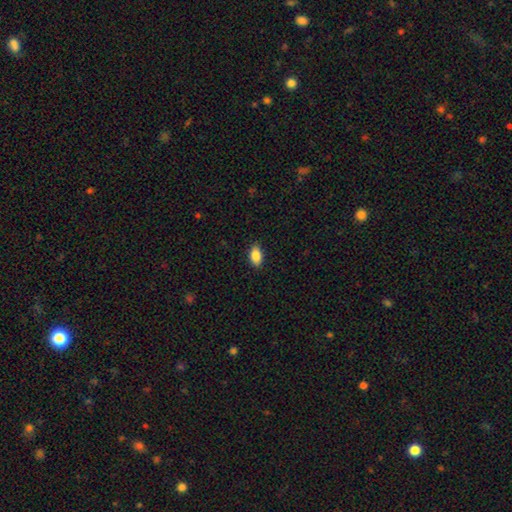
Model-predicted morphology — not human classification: This is clearly a smooth galaxy (88%). How rounded: clearly in between (91%). Merging: clearly none (88%).